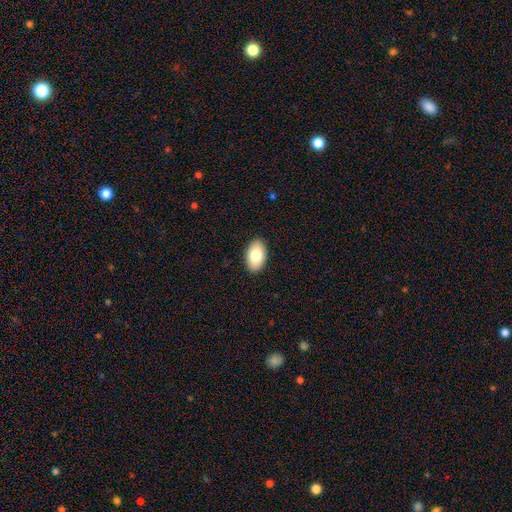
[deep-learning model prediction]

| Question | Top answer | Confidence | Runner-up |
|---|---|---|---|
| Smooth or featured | smooth | 82% | featured or disk (12%) |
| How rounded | in between | 93% | round (5%) |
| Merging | none | 90% | minor disturbance (8%) |